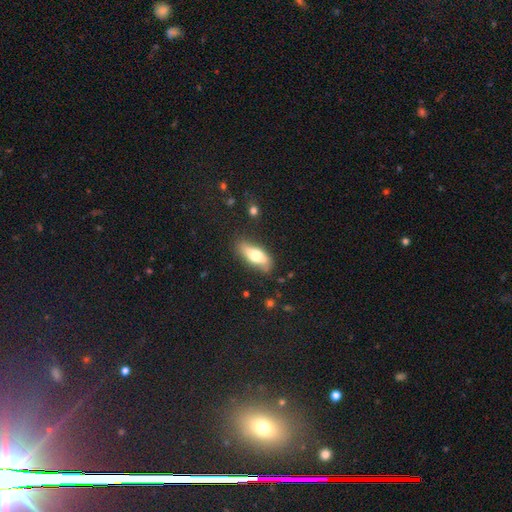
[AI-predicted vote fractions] This is likely a smooth galaxy (63%). How rounded: likely in between (67%). Merging: likely none (76%).